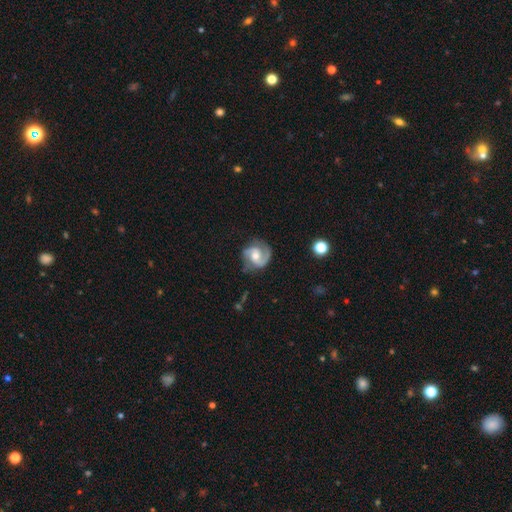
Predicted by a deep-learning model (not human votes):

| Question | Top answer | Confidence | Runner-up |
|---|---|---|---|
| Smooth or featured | featured or disk | 87% | smooth (8%) |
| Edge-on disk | no | 98% | yes (2%) |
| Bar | no | 45% | weak (43%) |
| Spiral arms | yes | 97% | no (3%) |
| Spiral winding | medium | 54% | tight (27%) |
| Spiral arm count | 2 | 89% | 1 (5%) |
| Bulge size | moderate | 64% | small (27%) |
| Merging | none | 76% | minor disturbance (17%) |